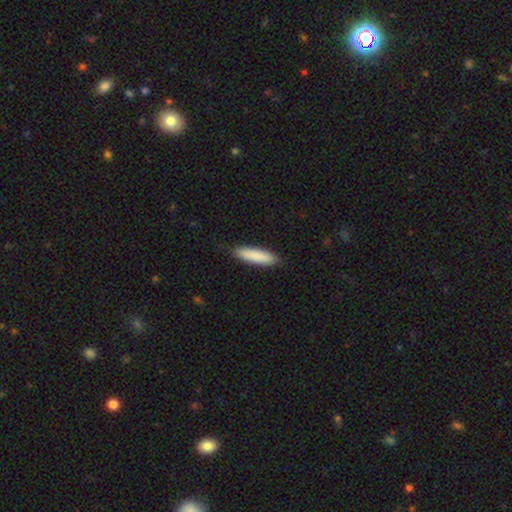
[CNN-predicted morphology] A smooth galaxy with no disk features (87%) that is cigar-shaped (75%).

Vote fractions:
- Smooth or featured? smooth: 87% / featured or disk: 8% / star or artifact: 5%
- How rounded? cigar-shaped: 75% / in between: 24% / round: 1%
- Merging? none: 88% / minor disturbance: 9% / major disturbance: 2% / merger: 1%